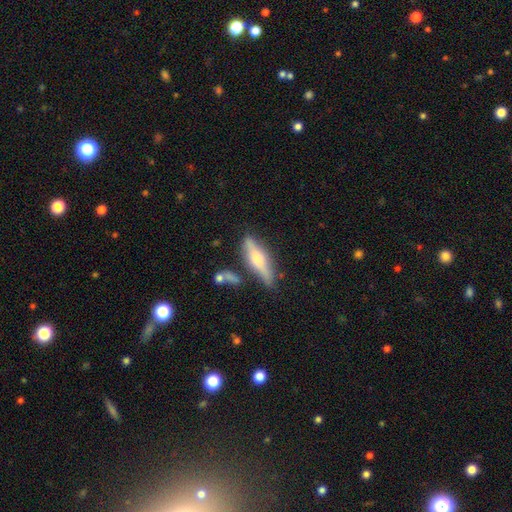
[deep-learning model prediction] featured or disk 55%, smooth 38%, star or artifact 7%. Down the decision tree: edge-on disk — yes (91%); edge-on bulge — rounded (85%); merging — none (72%).